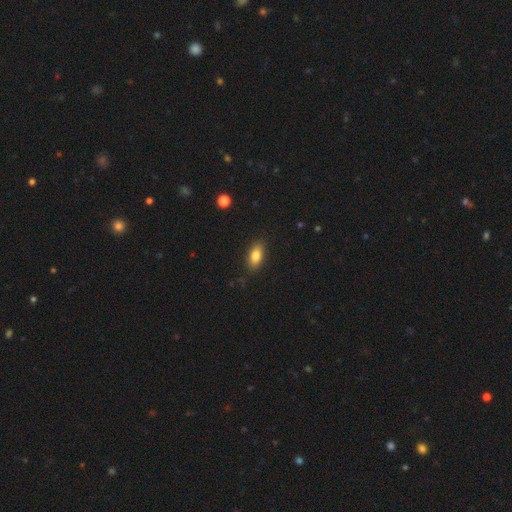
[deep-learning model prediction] The model was most divided on "smooth or featured": smooth: 81%, featured or disk: 11%, star or artifact: 8%. More confident: merging — none (86%); how rounded — in between (86%).